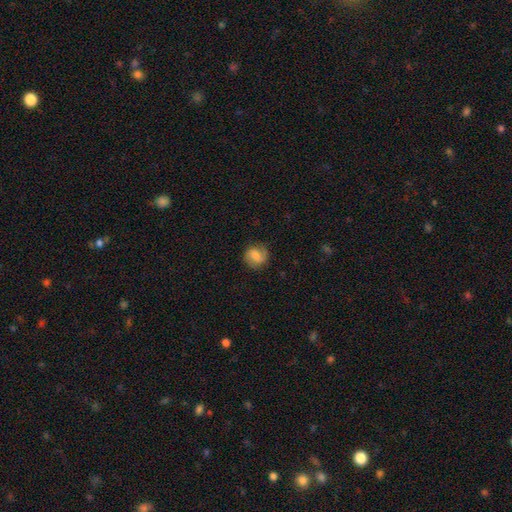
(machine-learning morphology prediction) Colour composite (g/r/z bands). It shows a smooth galaxy with no disk features (61%) that is round (70%). Merging: none (75%).